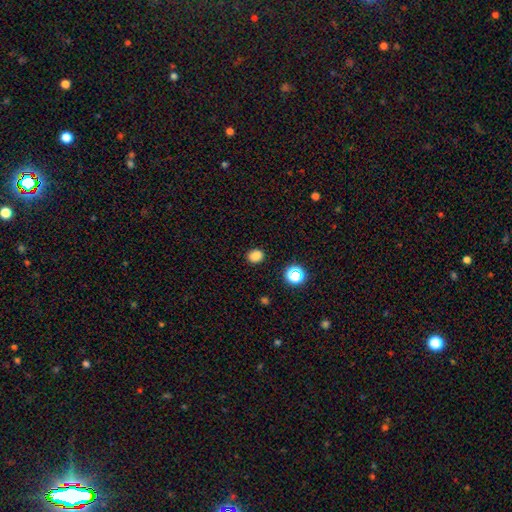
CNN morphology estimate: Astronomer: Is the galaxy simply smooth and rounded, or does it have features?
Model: smooth — 82%.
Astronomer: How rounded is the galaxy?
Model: round — 55% (runner-up: in between, 44%).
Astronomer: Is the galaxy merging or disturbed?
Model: none — 87%.